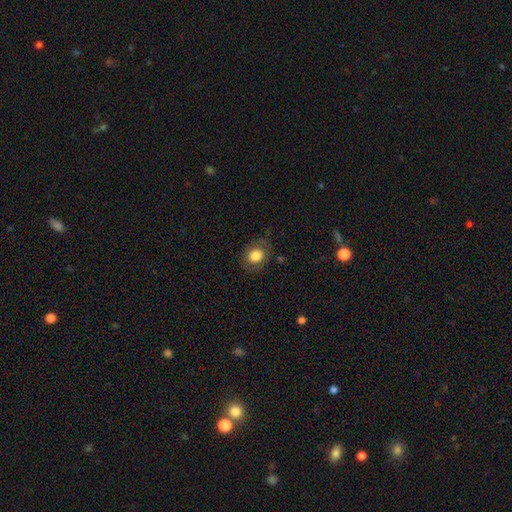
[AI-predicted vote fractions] This appears to be a smooth galaxy with no disk features (78%) that is round (50%). Merging: none (76%).